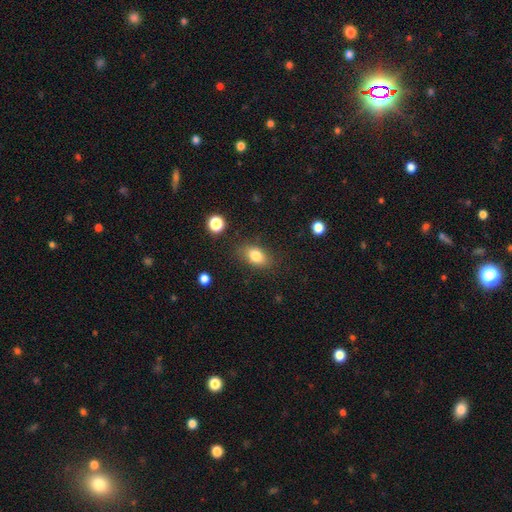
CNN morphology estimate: This appears to be a smooth galaxy with no disk features (81%) that is in between round and cigar-shaped (81%). Merging: none (81%).